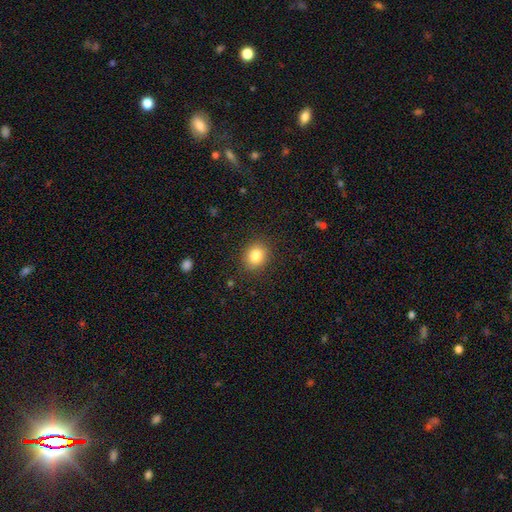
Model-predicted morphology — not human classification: Q: Smooth or featured?
A: smooth (83%); runner-up: star or artifact (10%)
Q: How rounded?
A: round (65%); runner-up: in between (35%)
Q: Merging?
A: none (87%); runner-up: minor disturbance (9%)